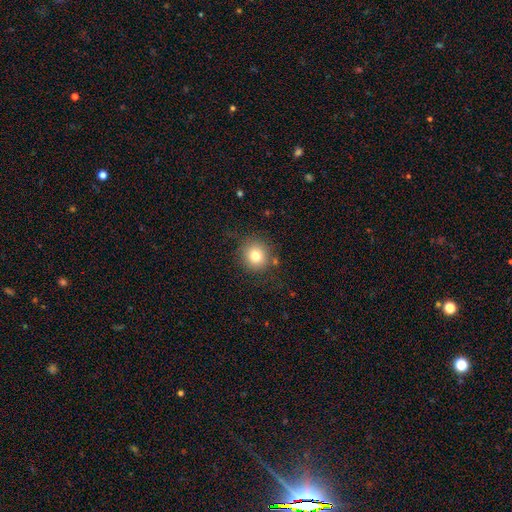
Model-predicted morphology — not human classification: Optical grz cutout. It shows a smooth galaxy with no disk features (78%) that is round (91%). Merging: none (81%).